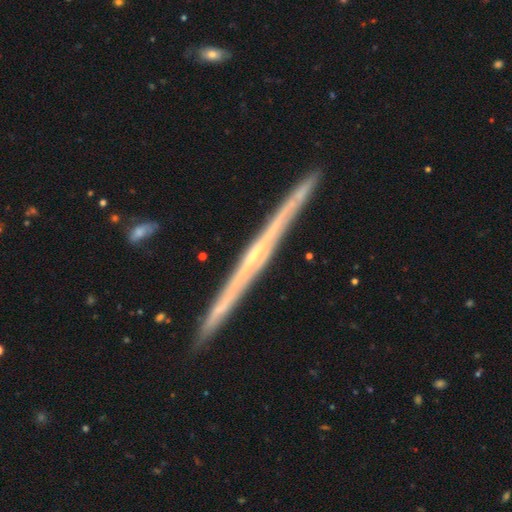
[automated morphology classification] smooth-or-featured: featured or disk: 81% | smooth: 13% | star or artifact: 6%
  disk-edge-on: yes: 98% | no: 2%
    edge-on-bulge: none: 59% | rounded: 34% | boxy: 7%
  merging: none: 92% | minor disturbance: 6% | merger: 1% | major disturbance: 1%